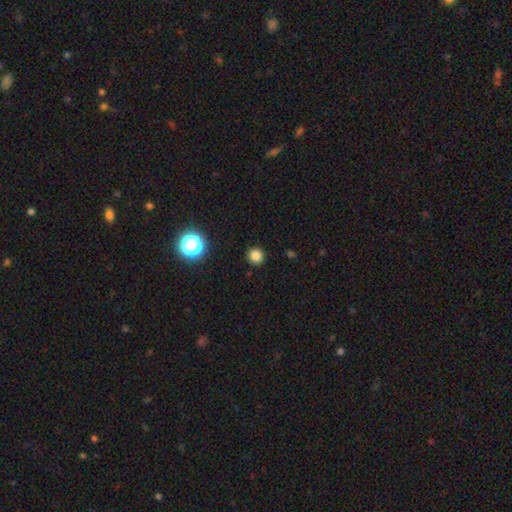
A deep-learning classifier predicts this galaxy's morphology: smooth-or-featured: smooth: 81% | star or artifact: 15% | featured or disk: 4%
  how-rounded: round: 94% | in between: 5% | cigar-shaped: 1%
  merging: none: 92% | minor disturbance: 5% | major disturbance: 2% | merger: 1%